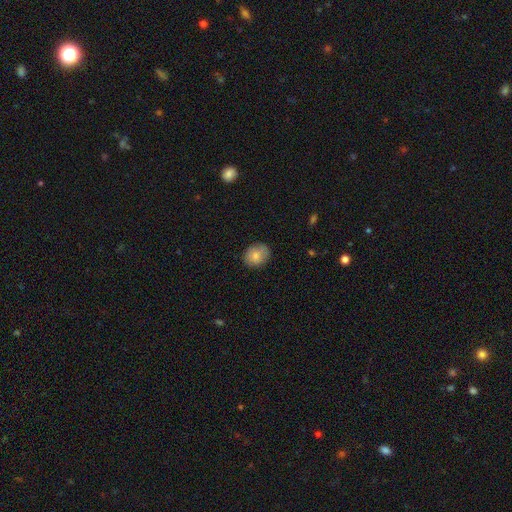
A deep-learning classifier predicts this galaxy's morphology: A smooth galaxy with no disk features (79%) that is round (61%). Merging: none (78%).